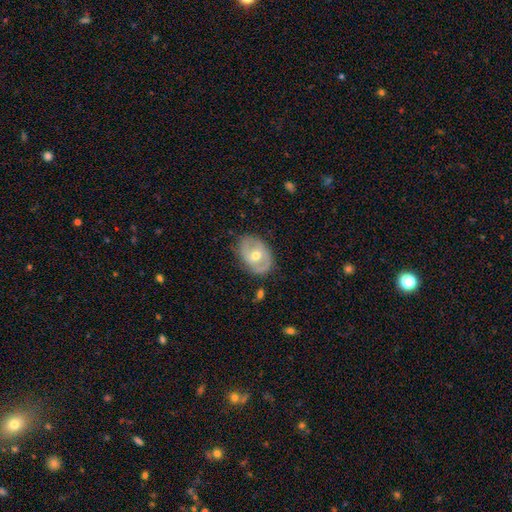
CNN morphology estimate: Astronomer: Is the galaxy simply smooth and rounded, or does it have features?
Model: featured or disk — 62%.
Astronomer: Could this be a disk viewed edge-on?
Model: no — 94%.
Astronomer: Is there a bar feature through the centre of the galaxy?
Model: no — 47% (runner-up: weak, 37%).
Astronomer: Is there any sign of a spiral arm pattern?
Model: yes — 59% (runner-up: no, 41%).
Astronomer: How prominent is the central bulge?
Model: moderate — 68%.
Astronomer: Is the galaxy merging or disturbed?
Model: none — 74%.